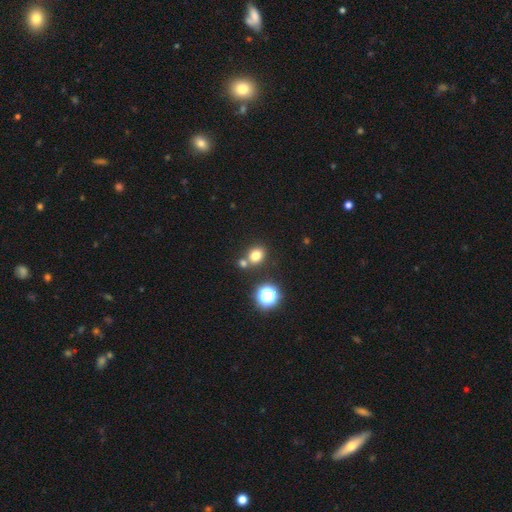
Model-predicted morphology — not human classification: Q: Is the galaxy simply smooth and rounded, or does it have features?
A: smooth — 76%.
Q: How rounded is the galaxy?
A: round — 62%.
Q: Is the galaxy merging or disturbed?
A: none — 66%.